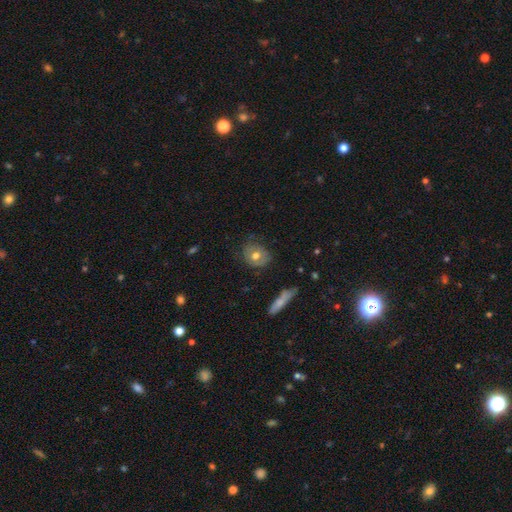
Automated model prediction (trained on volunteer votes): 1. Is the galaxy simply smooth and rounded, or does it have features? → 62% smooth, 30% featured or disk, 8% star or artifact.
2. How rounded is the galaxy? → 64% round, 34% in between, 2% cigar-shaped.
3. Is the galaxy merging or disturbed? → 73% none, 20% minor disturbance, 6% major disturbance, 2% merger.